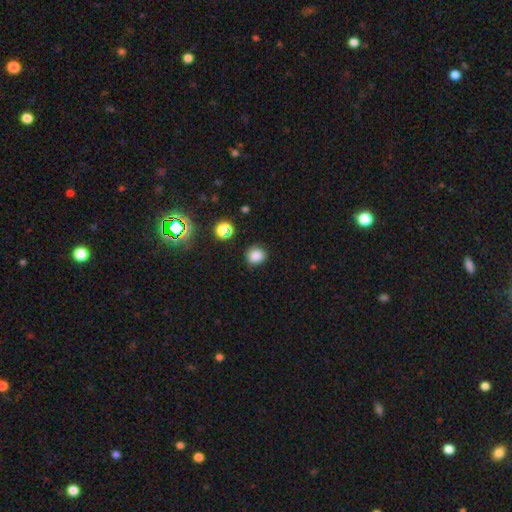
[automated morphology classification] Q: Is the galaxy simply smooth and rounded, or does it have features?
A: smooth — 82%.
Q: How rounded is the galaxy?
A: round — 76%.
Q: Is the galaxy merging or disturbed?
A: none — 84%.